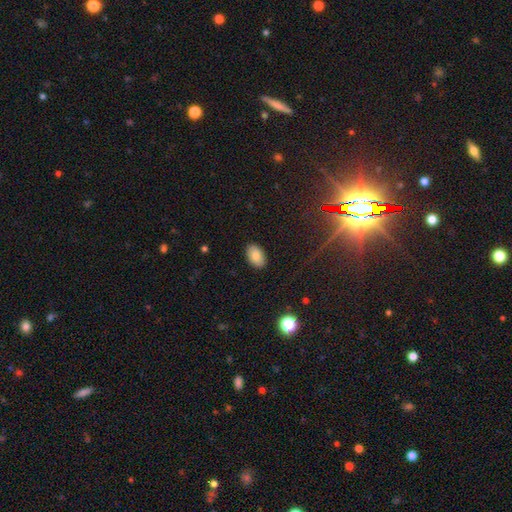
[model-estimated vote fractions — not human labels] A smooth galaxy with no disk features (83%) that is in between round and cigar-shaped (92%).

Vote fractions:
- Smooth or featured? smooth: 83% / star or artifact: 9% / featured or disk: 8%
- How rounded? in between: 92% / round: 6% / cigar-shaped: 1%
- Merging? none: 89% / minor disturbance: 8% / major disturbance: 2% / merger: 1%